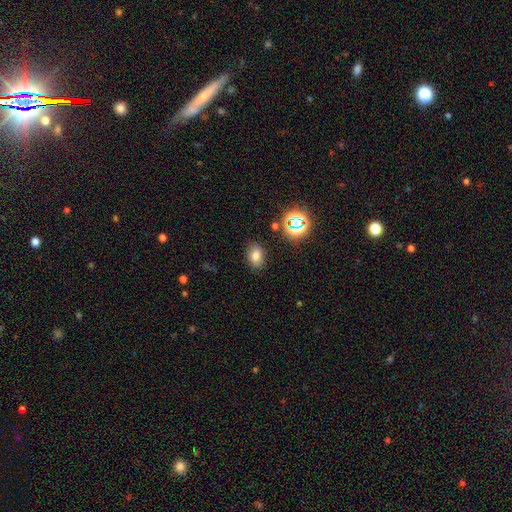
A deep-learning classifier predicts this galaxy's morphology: type=smooth (73%); roundness=in between (79%); merging=none (85%).